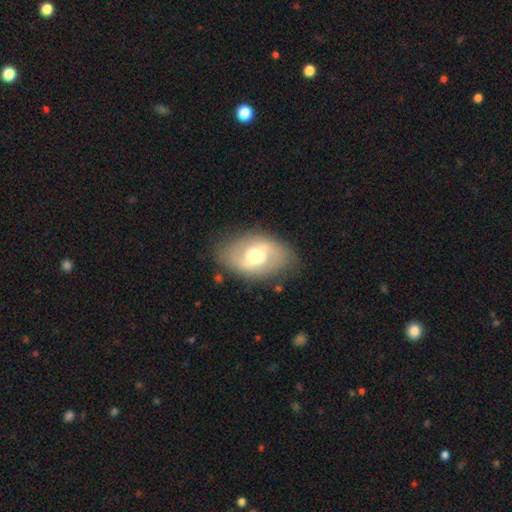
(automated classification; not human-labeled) A featured or disk galaxy (56%) with a weak bar (42%), spiral arms (51%) and a moderate central bulge (69%). Merging: none (77%).